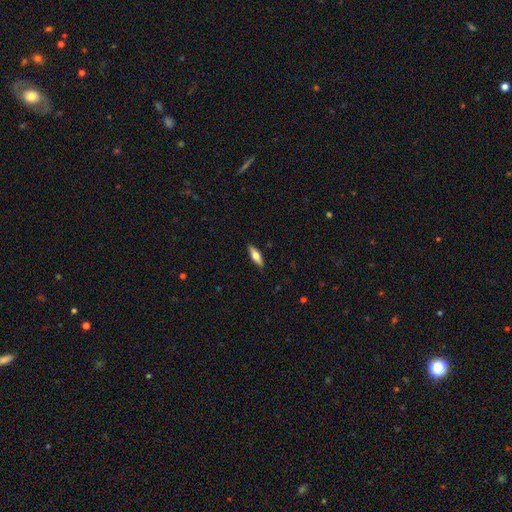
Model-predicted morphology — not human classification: Q: Smooth or featured?
A: smooth (61%); runner-up: featured or disk (33%)
Q: How rounded?
A: in between (51%); runner-up: cigar-shaped (47%)
Q: Merging?
A: none (88%); runner-up: minor disturbance (9%)